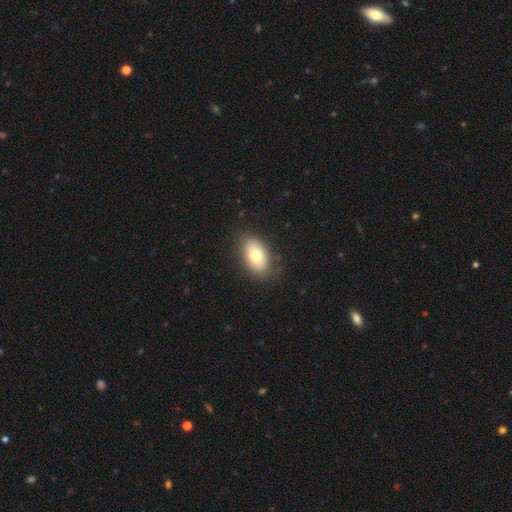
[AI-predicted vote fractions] Smooth or featured?
  - smooth: 75% *
  - featured or disk: 18%
  - star or artifact: 7%
How rounded?
  - in between: 91% *
  - round: 8%
  - cigar-shaped: 2%
Merging?
  - none: 81% *
  - minor disturbance: 14%
  - major disturbance: 4%
  - merger: 1%